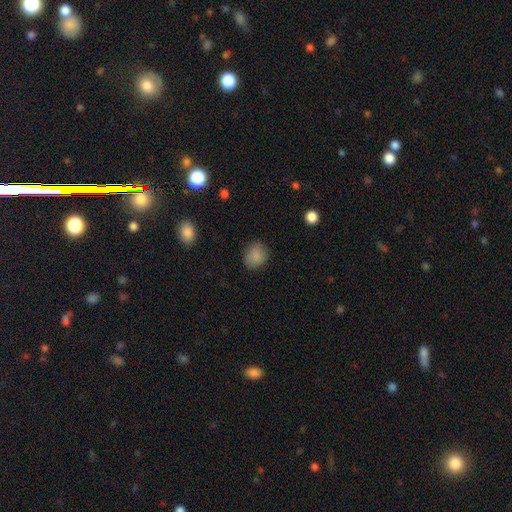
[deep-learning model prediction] Smooth or featured? Predicted: smooth (p=0.86). How rounded? Predicted: round (p=0.64). Merging? Predicted: none (p=0.79).